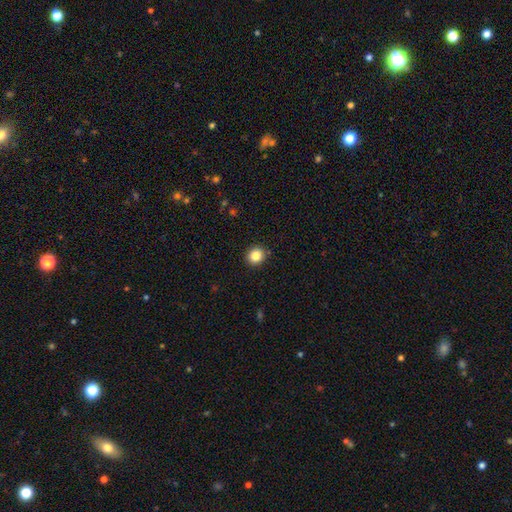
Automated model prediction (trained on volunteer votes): Overall: smooth (84%). How rounded: round (86%). Merging: none (91%).